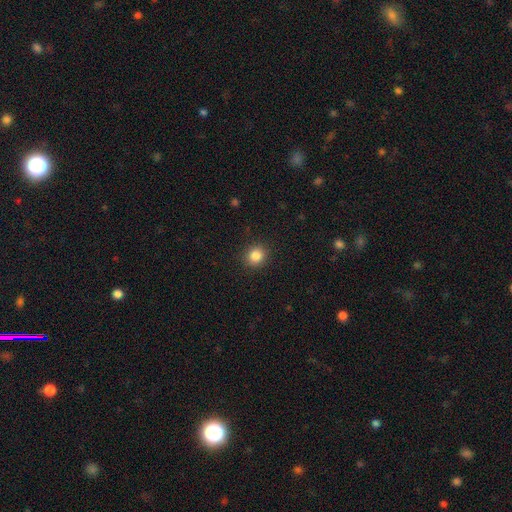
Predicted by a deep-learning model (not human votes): Smooth or featured: smooth — 85% (star or artifact — 11%)
How rounded: round — 84% (in between — 15%)
Merging: none — 91% (minor disturbance — 6%)